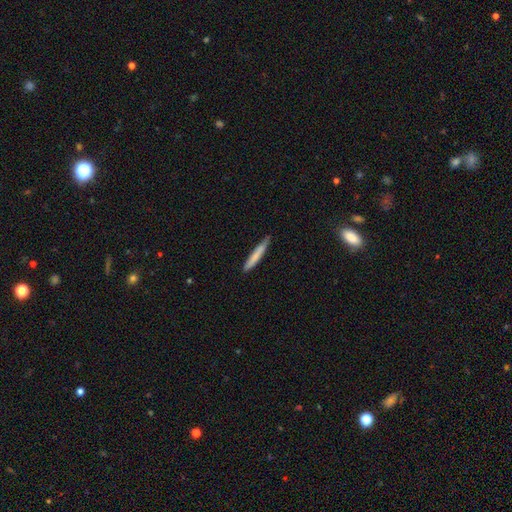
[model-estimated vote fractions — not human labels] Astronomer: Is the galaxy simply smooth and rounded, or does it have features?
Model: smooth — 74%.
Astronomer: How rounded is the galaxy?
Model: cigar-shaped — 95%.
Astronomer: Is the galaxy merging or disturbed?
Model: none — 84%.